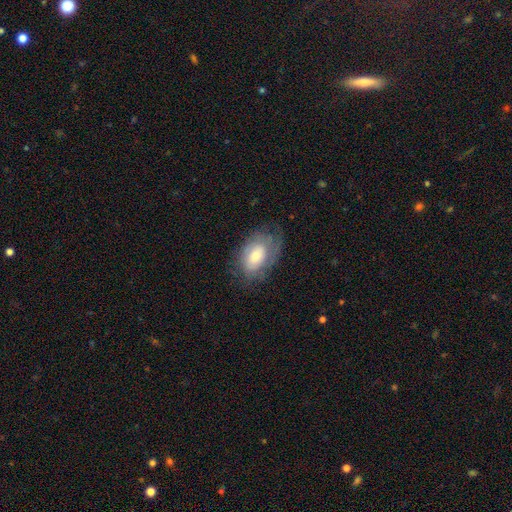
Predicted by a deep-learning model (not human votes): Smooth or featured? Predicted: smooth (p=0.51). How rounded? Predicted: in between (p=0.89). Merging? Predicted: none (p=0.62).